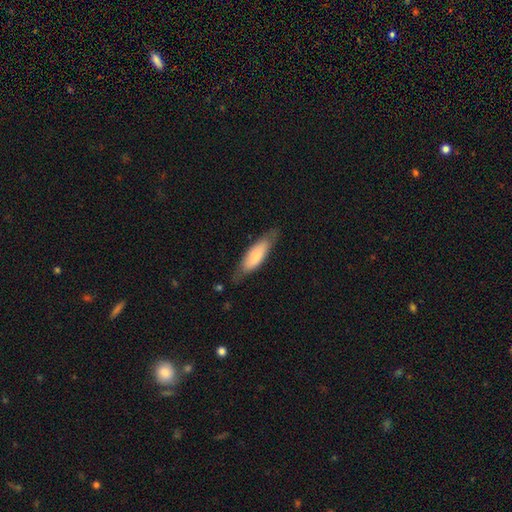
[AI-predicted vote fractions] Smooth or featured?
  - smooth: 72% *
  - featured or disk: 23%
  - star or artifact: 5%
How rounded?
  - in between: 52% *
  - cigar-shaped: 46%
  - round: 2%
Merging?
  - none: 69% *
  - minor disturbance: 24%
  - major disturbance: 6%
  - merger: 2%